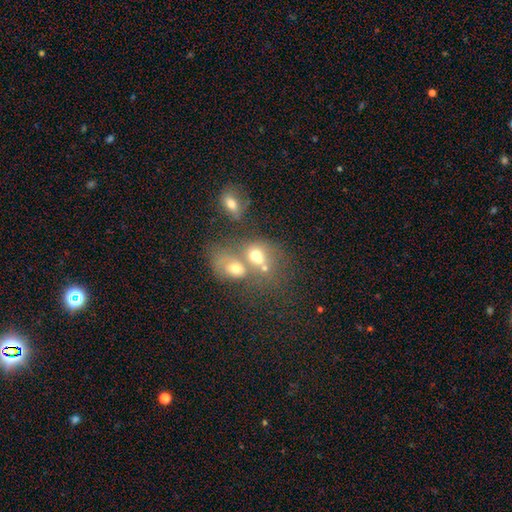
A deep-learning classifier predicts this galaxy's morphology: Overall: smooth (63%; featured or disk 23%). How rounded: in between (52%; round 47%). Merging: merger (55%; none 26%).